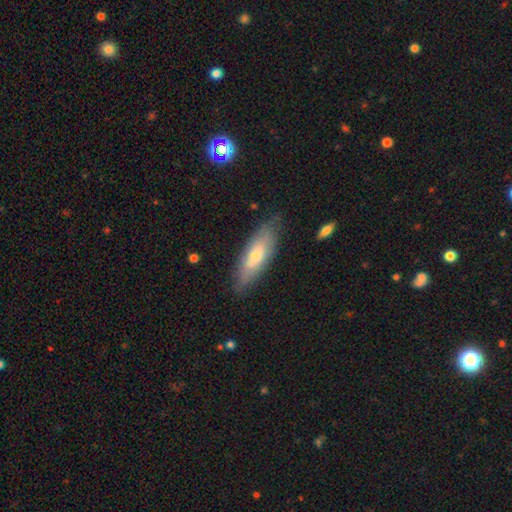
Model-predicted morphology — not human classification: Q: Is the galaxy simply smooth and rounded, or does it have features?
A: smooth — 62%.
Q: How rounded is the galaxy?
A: in between — 53%.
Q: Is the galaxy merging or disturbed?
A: none — 78%.